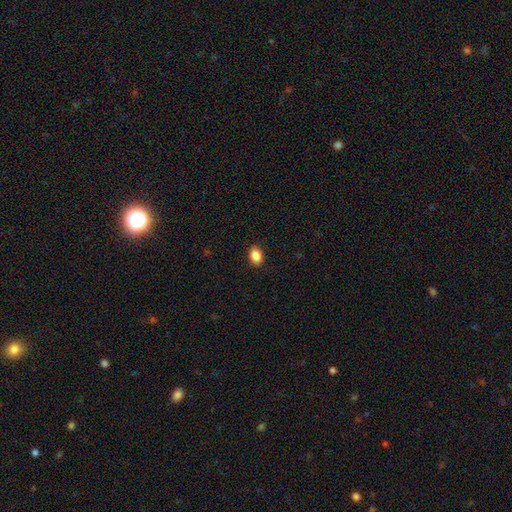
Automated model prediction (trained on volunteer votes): Smooth or featured: smooth — 88% (star or artifact — 8%)
How rounded: in between — 82% (round — 17%)
Merging: none — 90% (minor disturbance — 7%)